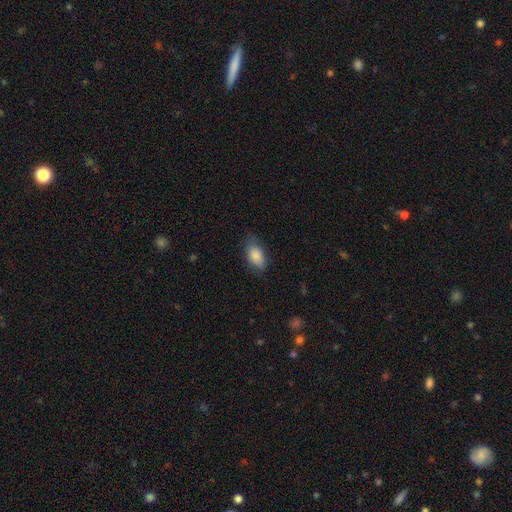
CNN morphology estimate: This is clearly a smooth galaxy (86%). How rounded: clearly in between (90%). Merging: likely none (67%).